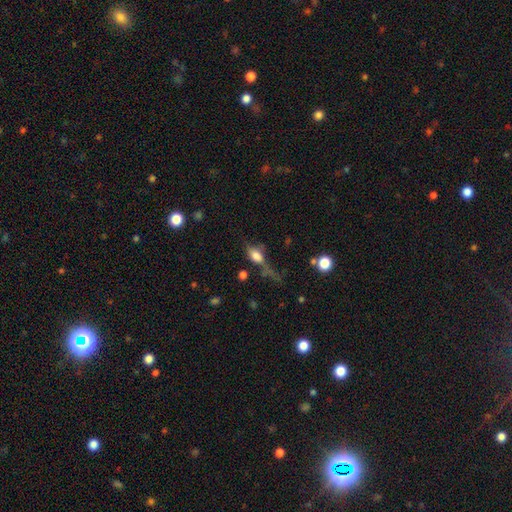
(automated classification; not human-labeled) This appears to be a smooth galaxy with no disk features (67%) that is in between round and cigar-shaped (79%). Merging: none (34%).